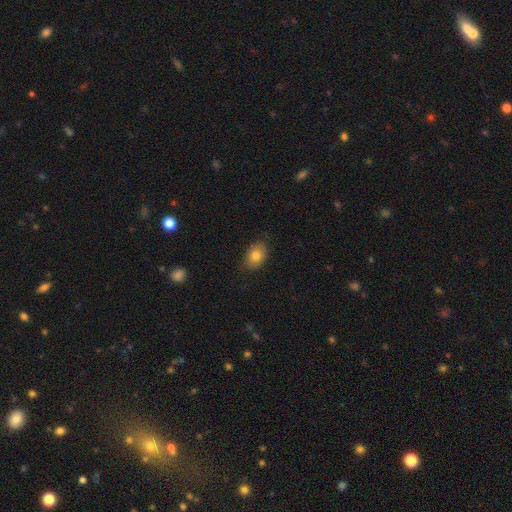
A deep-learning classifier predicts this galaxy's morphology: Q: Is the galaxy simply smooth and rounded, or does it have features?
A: smooth — 81%.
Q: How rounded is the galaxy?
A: in between — 77%.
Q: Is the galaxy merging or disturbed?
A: none — 83%.